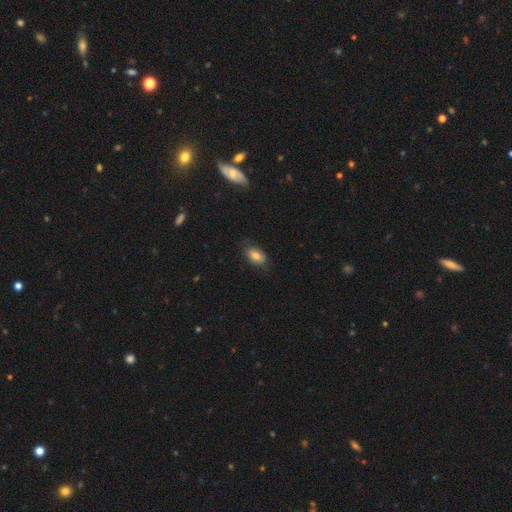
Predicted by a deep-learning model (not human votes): Smooth or featured? Predicted: smooth (p=0.80). How rounded? Predicted: in between (p=0.89). Merging? Predicted: none (p=0.70).